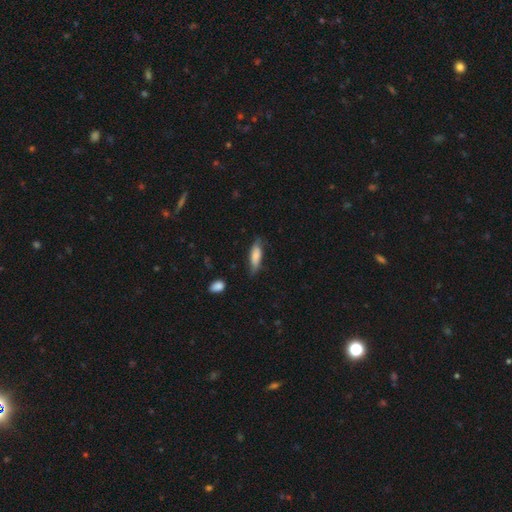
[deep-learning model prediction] smooth-or-featured: smooth: 74% | featured or disk: 20% | star or artifact: 6%
  how-rounded: in between: 51% | cigar-shaped: 47% | round: 2%
  merging: none: 66% | minor disturbance: 27% | major disturbance: 6% | merger: 2%